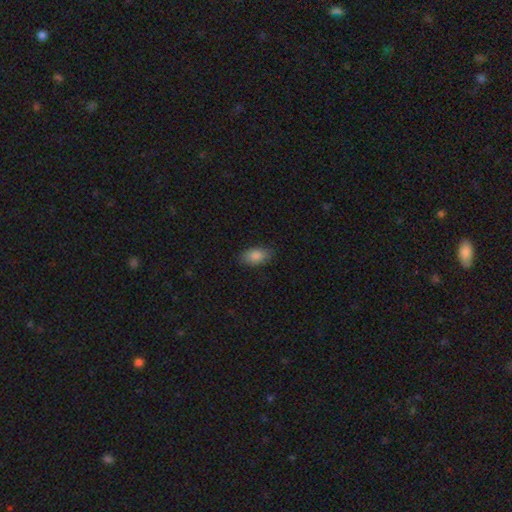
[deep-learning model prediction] Smooth or featured? Predicted: smooth (p=0.86). How rounded? Predicted: in between (p=0.91). Merging? Predicted: none (p=0.82).